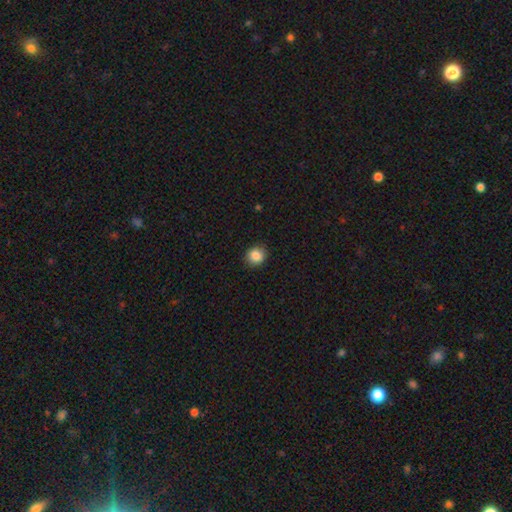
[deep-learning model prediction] A smooth galaxy with no disk features (86%) that is round (85%).

Vote fractions:
- Smooth or featured? smooth: 86% / star or artifact: 10% / featured or disk: 4%
- How rounded? round: 85% / in between: 14% / cigar-shaped: 1%
- Merging? none: 89% / minor disturbance: 8% / major disturbance: 2% / merger: 1%